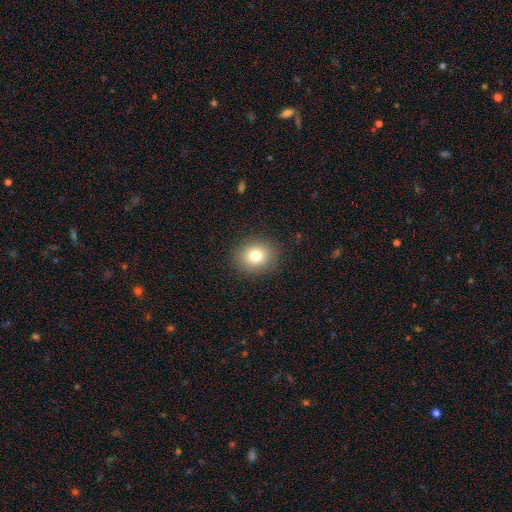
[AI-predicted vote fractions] A smooth galaxy with no disk features (80%) that is round (70%). Merging: none (89%).